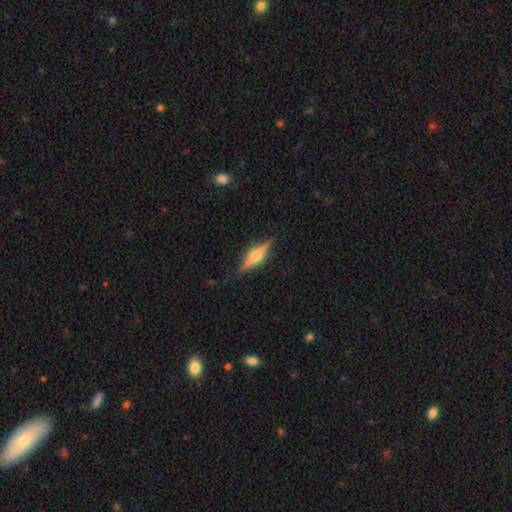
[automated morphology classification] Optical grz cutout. It shows a featured or disk galaxy (70%) viewed edge-on (97%) with a rounded central bulge (86%). Merging: none (85%).